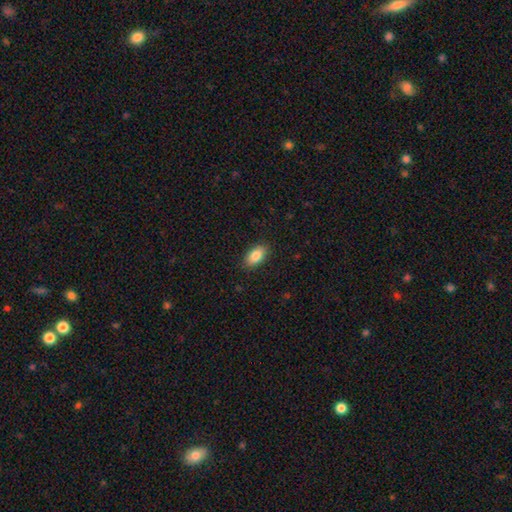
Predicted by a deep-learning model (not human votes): The model was most divided on "smooth or featured": smooth: 85%, featured or disk: 8%, star or artifact: 7%. More confident: how rounded — in between (92%); merging — none (88%).